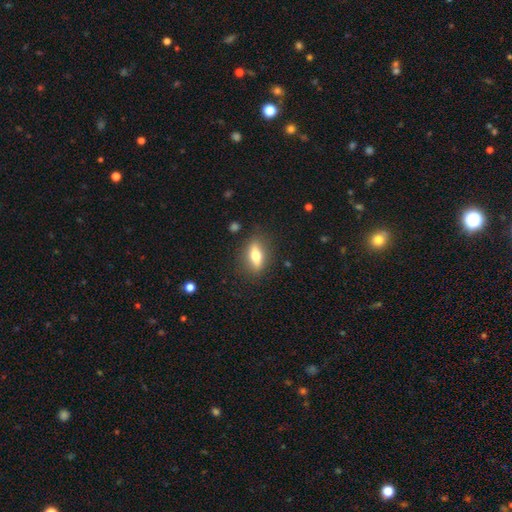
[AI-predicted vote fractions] Morphology: type=smooth (62%); roundness=in between (67%); merging=none (83%).